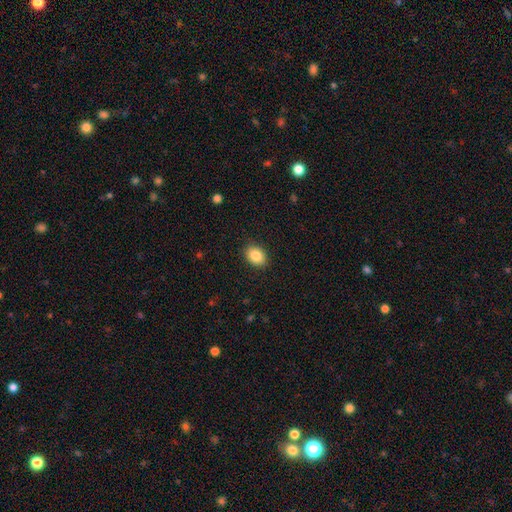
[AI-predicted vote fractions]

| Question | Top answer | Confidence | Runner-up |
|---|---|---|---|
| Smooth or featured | smooth | 86% | star or artifact (8%) |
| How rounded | in between | 71% | round (28%) |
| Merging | none | 89% | minor disturbance (8%) |